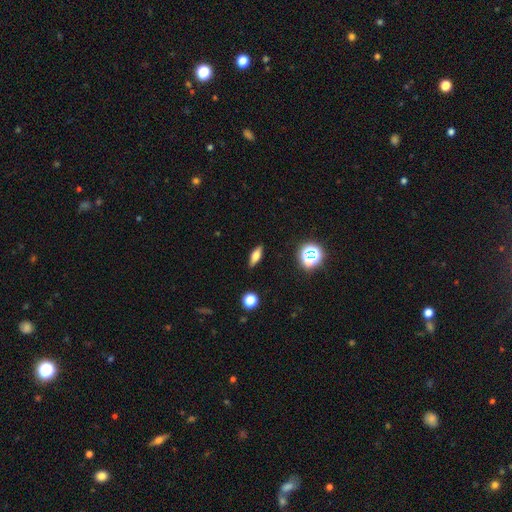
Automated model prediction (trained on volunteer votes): This appears to be a smooth galaxy with no disk features (63%) that is in between round and cigar-shaped (60%). Merging: none (88%).